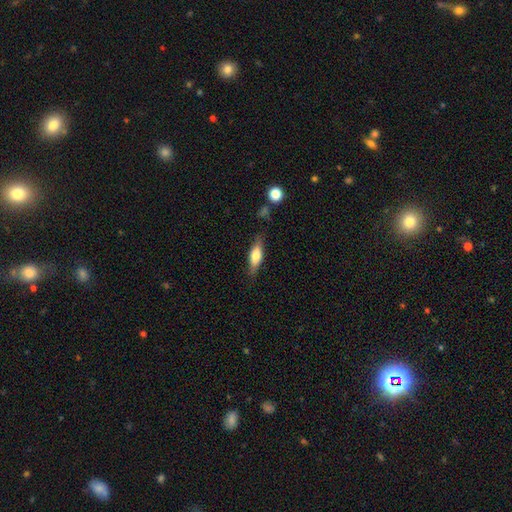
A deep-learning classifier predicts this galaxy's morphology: Smooth or featured: smooth — 64% (featured or disk — 29%)
How rounded: in between — 54% (cigar-shaped — 43%)
Merging: none — 78% (minor disturbance — 16%)